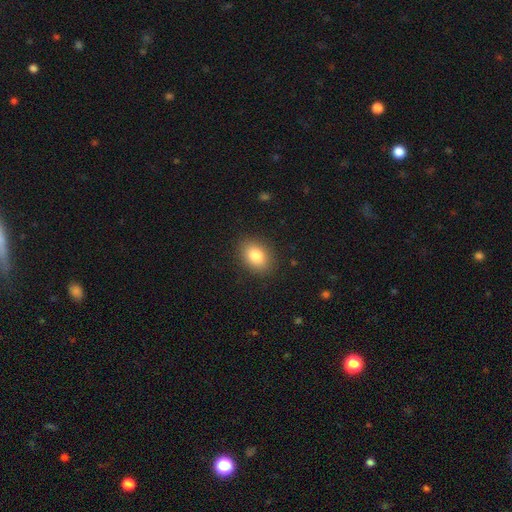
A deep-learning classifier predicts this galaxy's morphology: This appears to be a smooth galaxy with no disk features (84%) that is in between round and cigar-shaped (74%). Merging: none (88%).